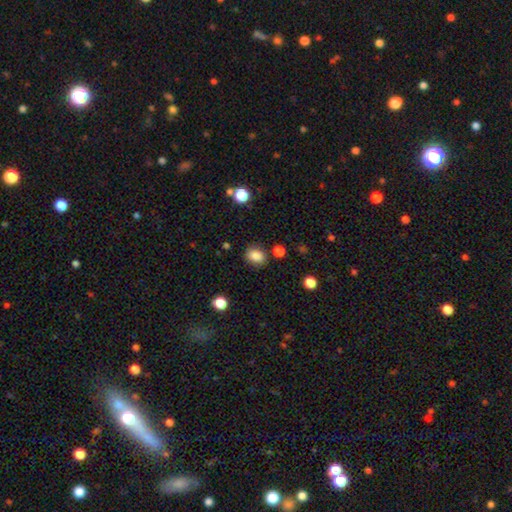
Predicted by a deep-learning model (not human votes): smooth 86%, star or artifact 10%, featured or disk 4%. Down the decision tree: how rounded — in between (55%); merging — none (81%).